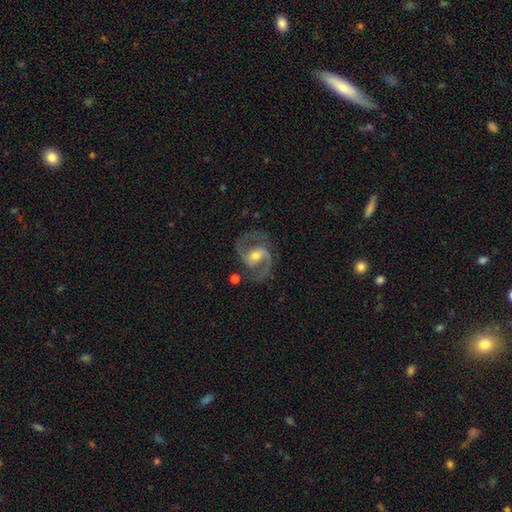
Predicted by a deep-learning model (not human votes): Smooth or featured?
  - featured or disk: 92% *
  - star or artifact: 5%
  - smooth: 4%
Edge-on disk?
  - no: 98% *
  - yes: 2%
Bar?
  - weak: 46% *
  - no: 29%
  - strong: 24%
Spiral arms?
  - yes: 98% *
  - no: 2%
Spiral winding?
  - medium: 66% *
  - loose: 18%
  - tight: 16%
Spiral arm count?
  - 2: 93% *
  - can't tell: 2%
  - 3: 1%
  - 1: 1%
  - 4: 1%
  - more than 4: 1%
Bulge size?
  - moderate: 62% *
  - small: 32%
  - large: 4%
  - none: 1%
  - dominant: 1%
Merging?
  - none: 79% *
  - minor disturbance: 13%
  - major disturbance: 6%
  - merger: 2%